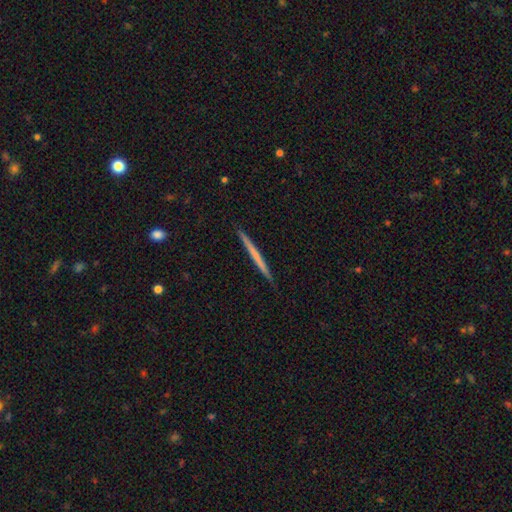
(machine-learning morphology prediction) A smooth galaxy with no disk features (49%).

Vote fractions:
- Smooth or featured? smooth: 49% / featured or disk: 46% / star or artifact: 5%
- Merging? none: 92% / minor disturbance: 6% / major disturbance: 1% / merger: 1%